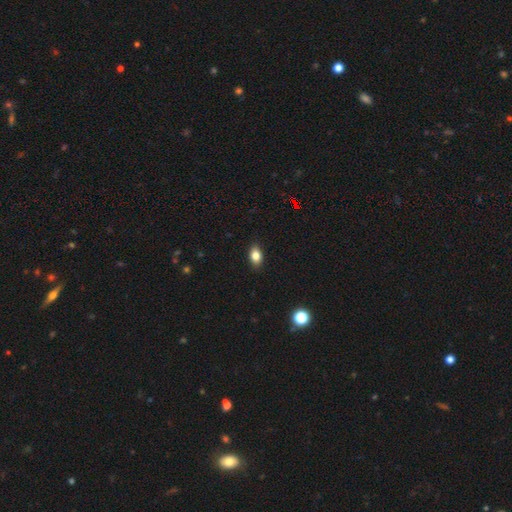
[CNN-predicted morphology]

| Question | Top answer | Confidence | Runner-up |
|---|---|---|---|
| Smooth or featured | smooth | 81% | star or artifact (10%) |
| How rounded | in between | 82% | round (15%) |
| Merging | none | 88% | minor disturbance (9%) |